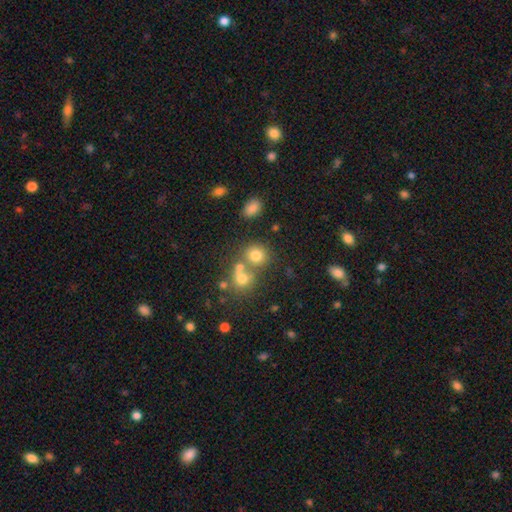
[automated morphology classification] smooth_or_featured: smooth (p=0.72) [alt: star or artifact p=0.16]
how_rounded: round (p=0.80) [alt: in between p=0.19]
merging: none (p=0.52) [alt: merger p=0.35]